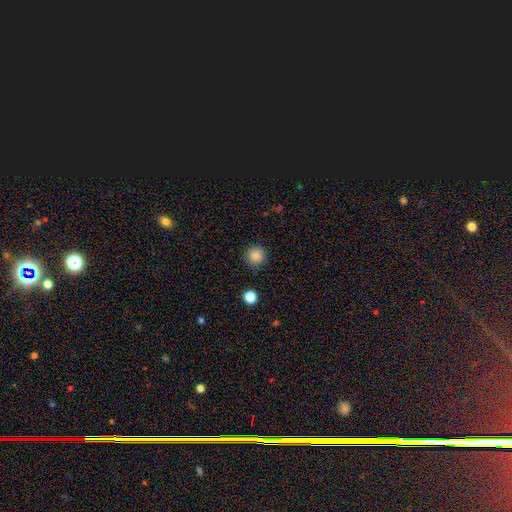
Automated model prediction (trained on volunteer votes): smooth_or_featured: smooth (p=0.86) [alt: star or artifact p=0.11]
how_rounded: round (p=0.94) [alt: in between p=0.05]
merging: none (p=0.87) [alt: minor disturbance p=0.09]